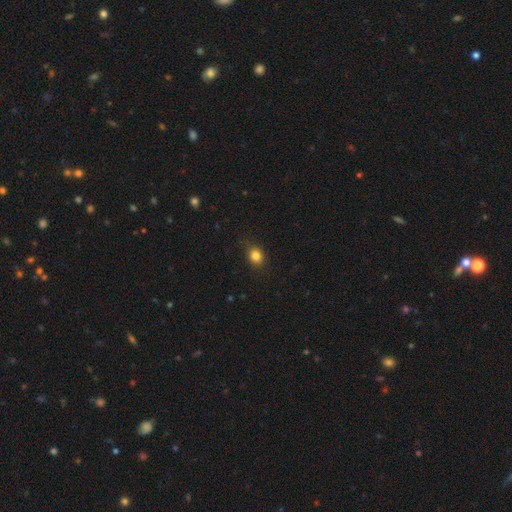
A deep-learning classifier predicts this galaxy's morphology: Overall: smooth (83%). How rounded: round (63%; in between 36%). Merging: none (85%).